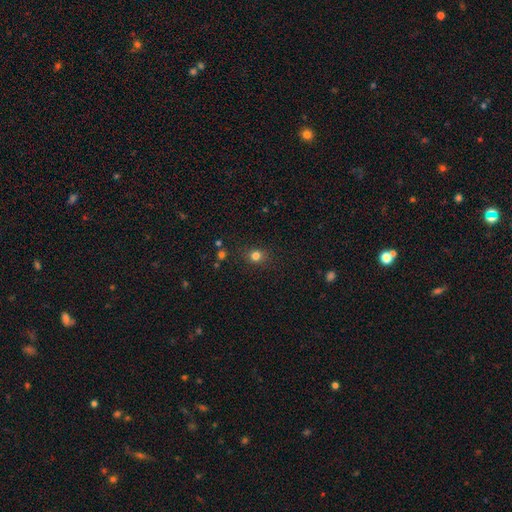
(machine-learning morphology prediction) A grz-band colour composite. It shows a smooth galaxy with no disk features (79%) that is round (75%). Merging: none (84%).